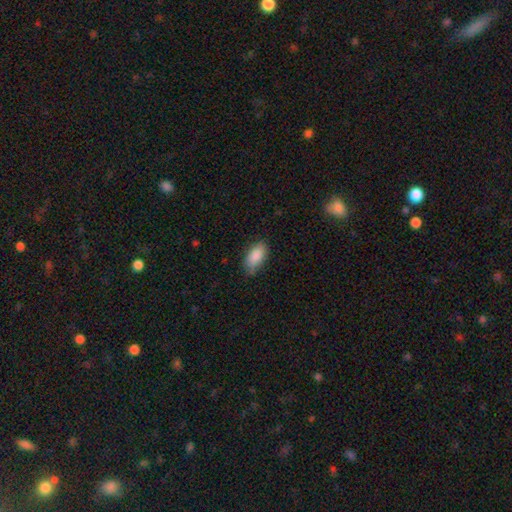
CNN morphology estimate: smooth-or-featured: smooth: 88% | star or artifact: 7% | featured or disk: 6%
  how-rounded: in between: 92% | cigar-shaped: 5% | round: 3%
  merging: none: 72% | minor disturbance: 23% | major disturbance: 4% | merger: 1%